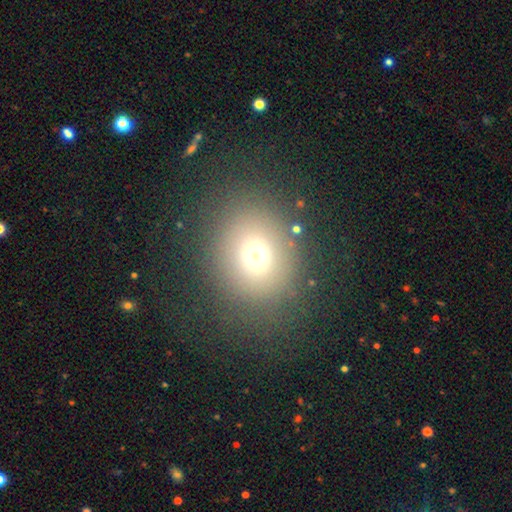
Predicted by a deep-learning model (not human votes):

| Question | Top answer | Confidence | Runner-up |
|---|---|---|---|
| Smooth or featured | smooth | 69% | star or artifact (21%) |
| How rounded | round | 78% | in between (21%) |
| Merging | none | 83% | minor disturbance (9%) |